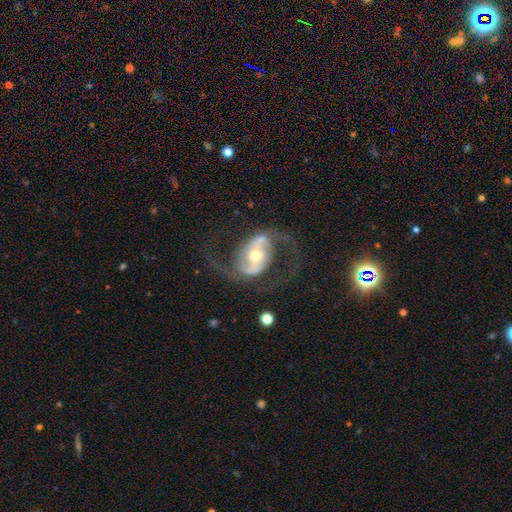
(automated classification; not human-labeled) A featured or disk galaxy (88%) with a strong bar (44%), 2 (93%) medium (50%) spiral arms (95%) and a moderate central bulge (57%).

Vote fractions:
- Smooth or featured? featured or disk: 88% / smooth: 6% / star or artifact: 5%
- Edge-on disk? no: 97% / yes: 3%
- Bar? strong: 44% / weak: 32% / no: 24%
- Spiral arms? yes: 95% / no: 5%
- Spiral winding? medium: 50% / loose: 40% / tight: 10%
- Spiral arm count? 2: 93% / can't tell: 2% / 1: 2% / 3: 1% / 4: 1% / more than 4: 1%
- Bulge size? moderate: 57% / small: 34% / large: 6% / dominant: 1% / none: 1%
- Merging? none: 72% / major disturbance: 14% / minor disturbance: 12% / merger: 2%